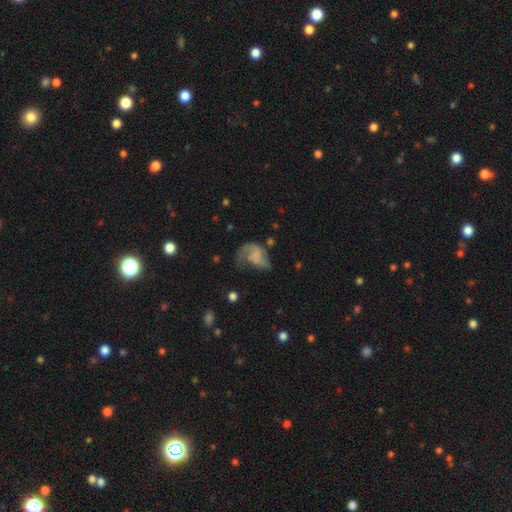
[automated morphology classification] smooth-or-featured: featured or disk: 55% | smooth: 35% | star or artifact: 9%
  disk-edge-on: no: 98% | yes: 2%
    bar: no: 69% | weak: 25% | strong: 6%
    has-spiral-arms: yes: 71% | no: 29%
    bulge-size: none: 61% | small: 19% | moderate: 12% | large: 6% | dominant: 2%
  merging: major disturbance: 49% | none: 25% | minor disturbance: 20% | merger: 6%